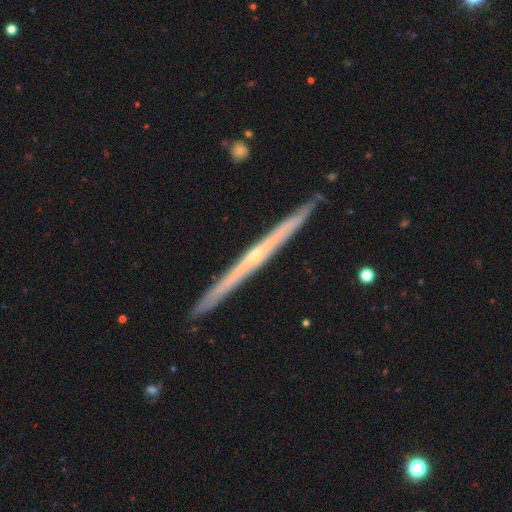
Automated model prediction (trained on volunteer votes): Q: Smooth or featured?
A: featured or disk (80%); runner-up: smooth (14%)
Q: Edge-on disk?
A: yes (98%); runner-up: no (2%)
Q: Edge-on bulge?
A: none (49%); runner-up: rounded (48%)
Q: Merging?
A: none (91%); runner-up: minor disturbance (6%)